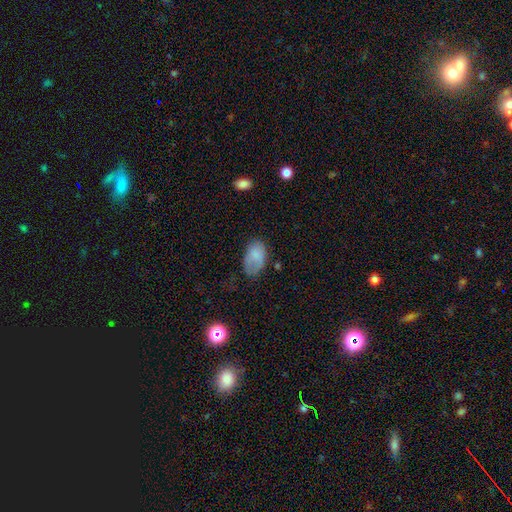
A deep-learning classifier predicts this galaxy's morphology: A smooth galaxy with no disk features (79%) that is in between round and cigar-shaped (92%).

Vote fractions:
- Smooth or featured? smooth: 79% / featured or disk: 13% / star or artifact: 8%
- How rounded? in between: 92% / round: 6% / cigar-shaped: 1%
- Merging? none: 52% / minor disturbance: 31% / major disturbance: 13% / merger: 3%